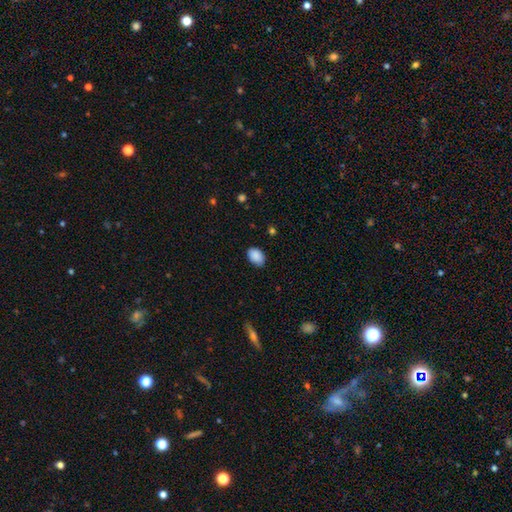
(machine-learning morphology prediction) This is clearly a smooth galaxy (90%). How rounded: clearly in between (85%). Merging: clearly none (82%).